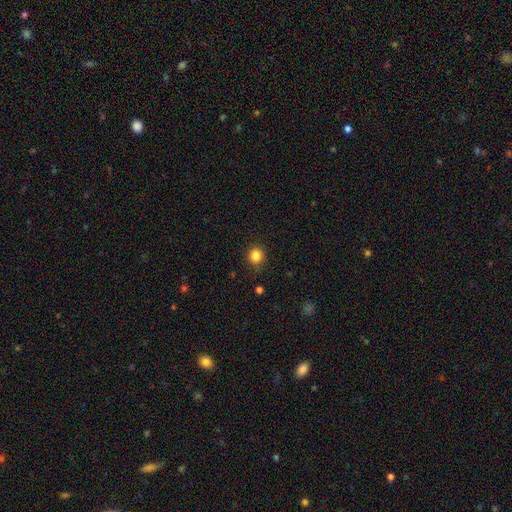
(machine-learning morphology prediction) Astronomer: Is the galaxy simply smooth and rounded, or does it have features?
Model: smooth — 85%.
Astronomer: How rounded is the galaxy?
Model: round — 86%.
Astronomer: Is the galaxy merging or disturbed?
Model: none — 85%.